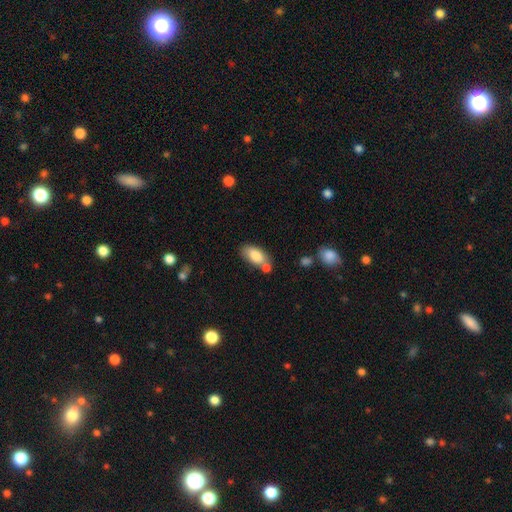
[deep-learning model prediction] smooth_or_featured: smooth (p=0.82) [alt: featured or disk p=0.11]
how_rounded: in between (p=0.92) [alt: cigar-shaped p=0.05]
merging: none (p=0.59) [alt: merger p=0.21]